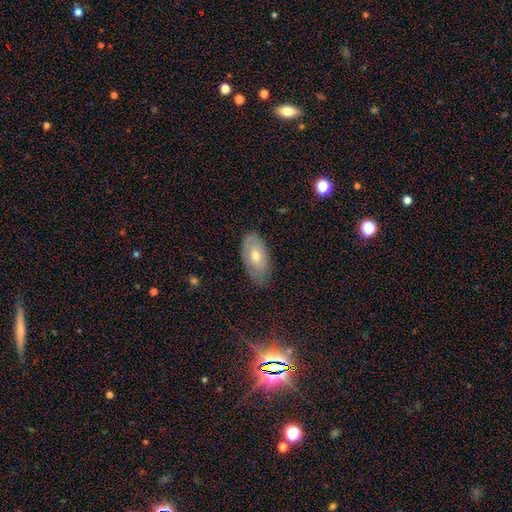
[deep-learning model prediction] A smooth galaxy with no disk features (53%) that is in between round and cigar-shaped (92%). Merging: none (75%).